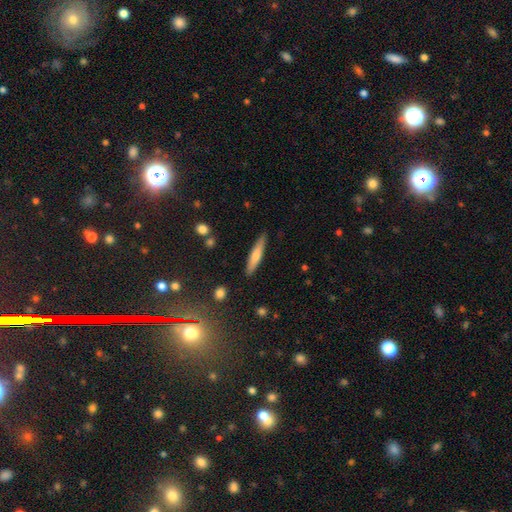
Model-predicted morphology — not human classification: Overall: smooth (68%). How rounded: cigar-shaped (88%). Merging: none (87%).